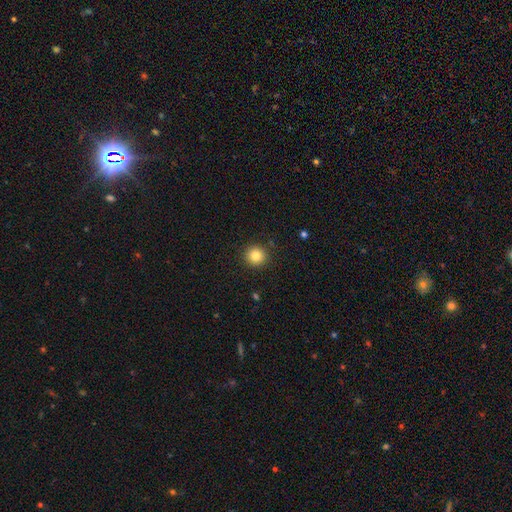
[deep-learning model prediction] The model was most divided on "smooth or featured": smooth: 83%, star or artifact: 11%, featured or disk: 6%. More confident: how rounded — round (94%); merging — none (91%).